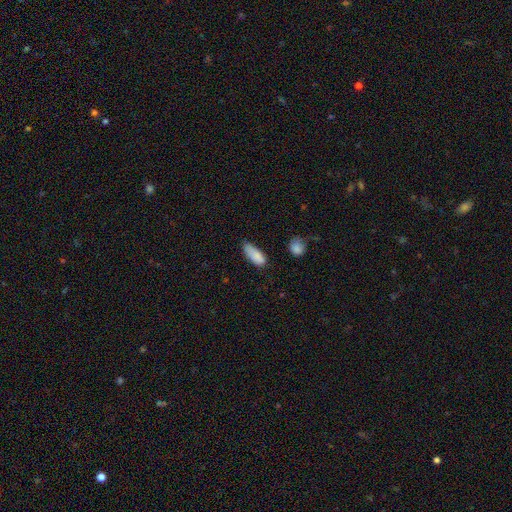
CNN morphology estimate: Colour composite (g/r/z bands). It shows a smooth galaxy with no disk features (86%) that is in between round and cigar-shaped (78%). Merging: none (52%).